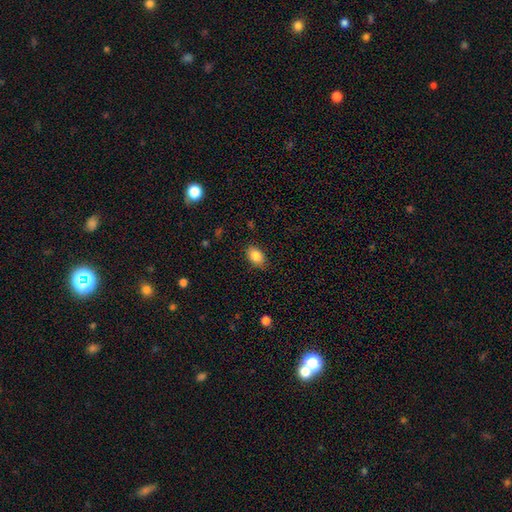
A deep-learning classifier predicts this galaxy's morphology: Smooth or featured? smooth (84%)
How rounded? in between (86%)
Merging? none (85%)